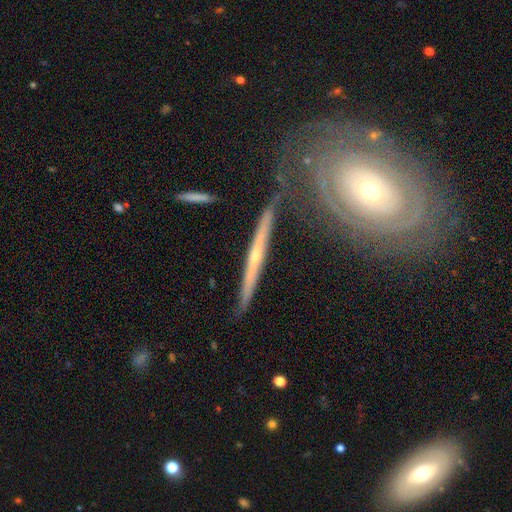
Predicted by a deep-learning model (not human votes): Overall: featured or disk (77%). Edge-on disk: yes (90%). Edge-on bulge: rounded (57%; none 39%). Merging: none (81%).